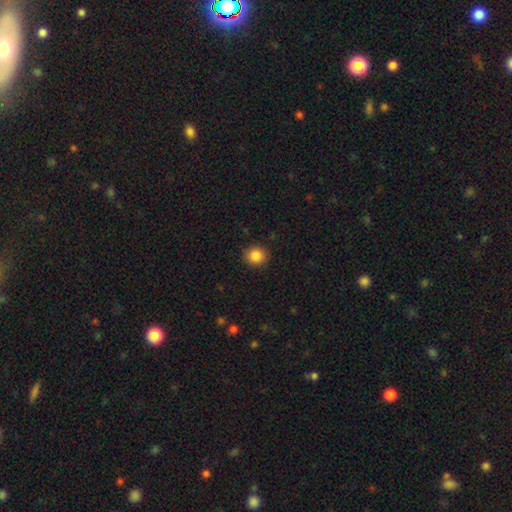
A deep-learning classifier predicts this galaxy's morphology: Smooth or featured?
  - smooth: 86% *
  - star or artifact: 10%
  - featured or disk: 4%
How rounded?
  - round: 85% *
  - in between: 14%
  - cigar-shaped: 1%
Merging?
  - none: 91% *
  - minor disturbance: 6%
  - major disturbance: 2%
  - merger: 1%